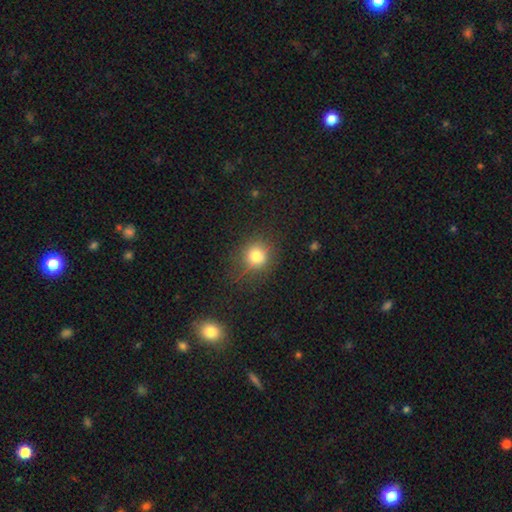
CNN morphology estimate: Smooth or featured: smooth — 79% (star or artifact — 15%)
How rounded: round — 86% (in between — 13%)
Merging: none — 77% (minor disturbance — 14%)